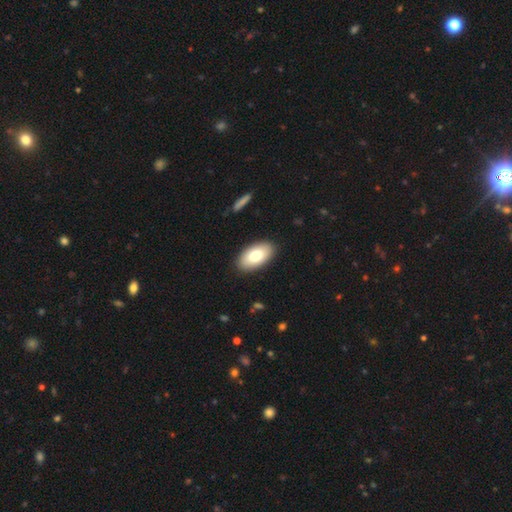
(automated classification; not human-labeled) Smooth or featured? smooth (76%)
How rounded? in between (95%)
Merging? none (89%)